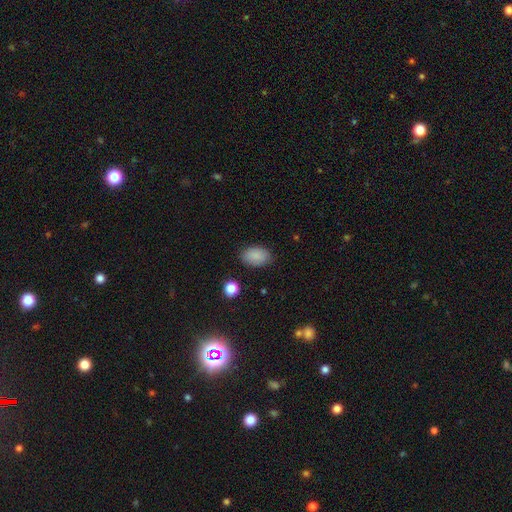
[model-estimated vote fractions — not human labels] smooth-or-featured: smooth: 88% | star or artifact: 8% | featured or disk: 4%
  how-rounded: in between: 89% | round: 10% | cigar-shaped: 1%
  merging: none: 84% | minor disturbance: 12% | major disturbance: 3% | merger: 1%